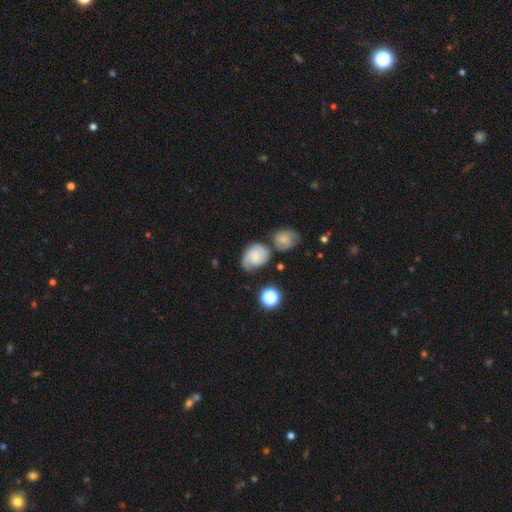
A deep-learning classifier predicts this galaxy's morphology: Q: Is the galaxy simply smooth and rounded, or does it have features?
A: featured or disk — 55%.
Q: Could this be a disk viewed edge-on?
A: no — 97%.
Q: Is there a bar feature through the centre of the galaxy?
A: no — 62%.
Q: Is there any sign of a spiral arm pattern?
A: yes — 91%.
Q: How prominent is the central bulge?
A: small — 38%.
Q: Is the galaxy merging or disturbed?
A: none — 50%.